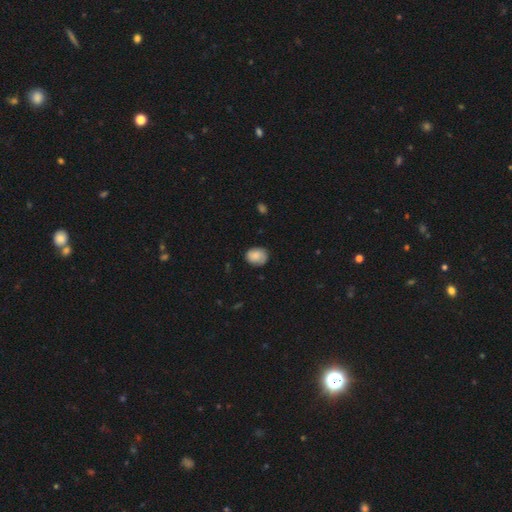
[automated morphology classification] Smooth or featured: smooth — 78% (featured or disk — 14%)
How rounded: in between — 52% (round — 47%)
Merging: none — 74% (minor disturbance — 21%)